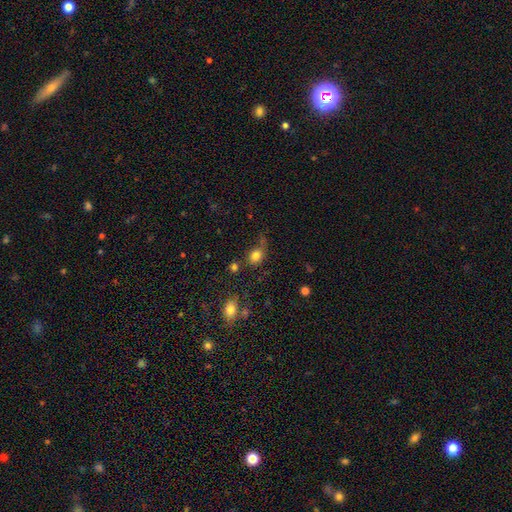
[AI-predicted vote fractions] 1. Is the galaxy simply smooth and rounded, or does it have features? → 80% smooth, 12% star or artifact, 8% featured or disk.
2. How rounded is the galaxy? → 60% round, 38% in between, 2% cigar-shaped.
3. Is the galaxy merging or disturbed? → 53% none, 24% minor disturbance, 14% major disturbance, 9% merger.